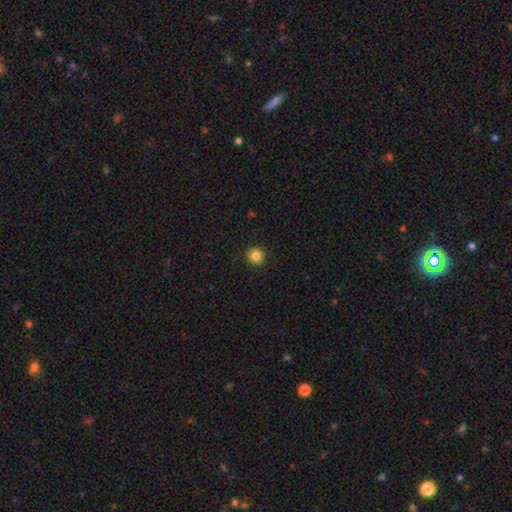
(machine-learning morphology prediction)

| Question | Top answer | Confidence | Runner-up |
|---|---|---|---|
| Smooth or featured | smooth | 85% | star or artifact (11%) |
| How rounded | round | 94% | in between (5%) |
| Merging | none | 92% | minor disturbance (5%) |